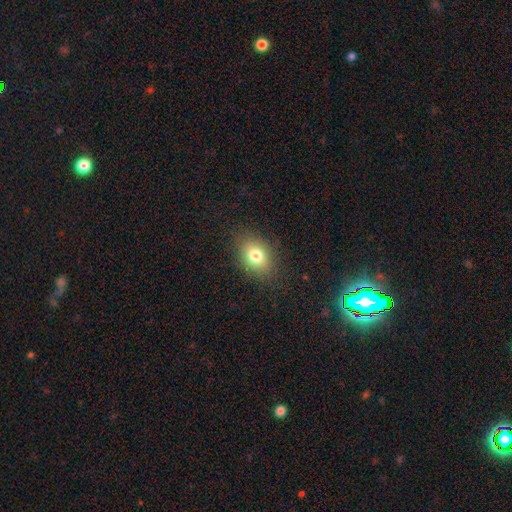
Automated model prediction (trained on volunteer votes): This appears to be a smooth galaxy with no disk features (78%) that is in between round and cigar-shaped (70%). Merging: none (85%).